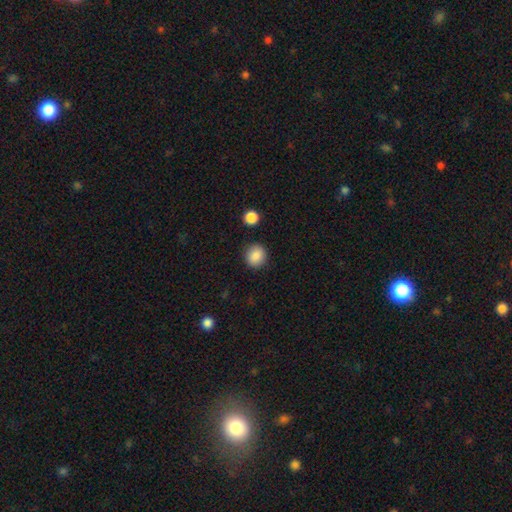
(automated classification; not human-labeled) Smooth or featured? Predicted: smooth (p=0.87). How rounded? Predicted: round (p=0.85). Merging? Predicted: none (p=0.88).